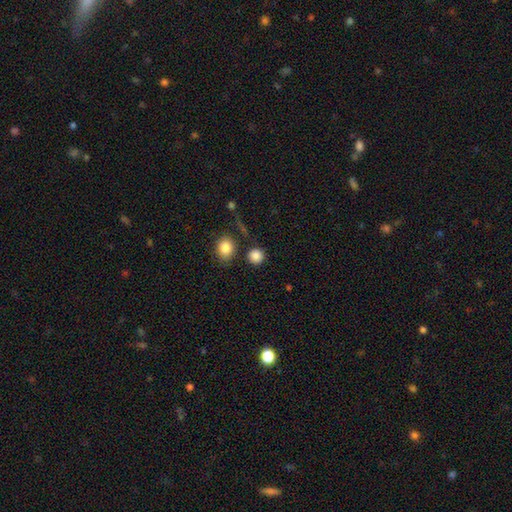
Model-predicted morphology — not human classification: smooth 86%, star or artifact 9%, featured or disk 4%. Down the decision tree: how rounded — round (90%); merging — none (84%).